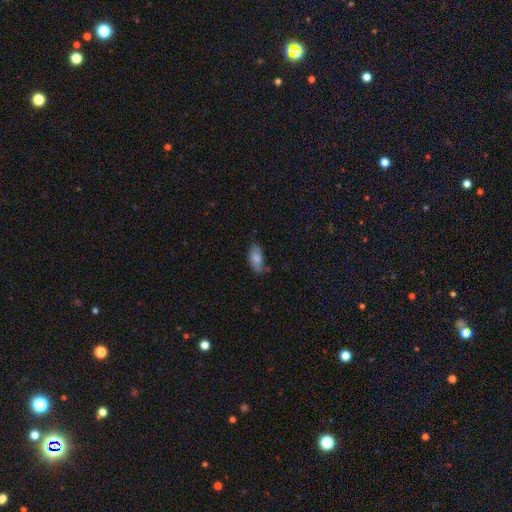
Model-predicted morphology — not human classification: smooth-or-featured: smooth: 72% | featured or disk: 17% | star or artifact: 11%
  how-rounded: in between: 87% | cigar-shaped: 10% | round: 4%
  merging: none: 66% | minor disturbance: 24% | major disturbance: 7% | merger: 3%